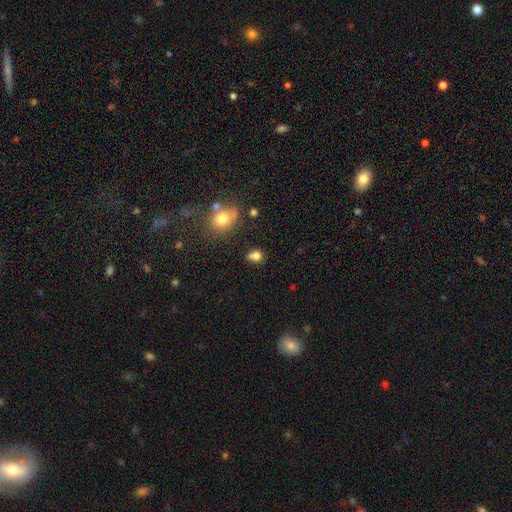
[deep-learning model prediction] Smooth or featured? Predicted: smooth (p=0.78). How rounded? Predicted: round (p=0.61). Merging? Predicted: none (p=0.50).